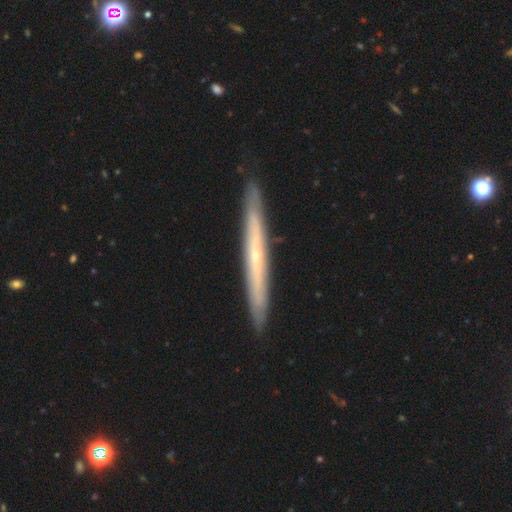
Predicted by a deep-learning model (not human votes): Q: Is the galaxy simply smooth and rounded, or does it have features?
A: featured or disk — 69%.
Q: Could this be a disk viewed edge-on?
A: yes — 93%.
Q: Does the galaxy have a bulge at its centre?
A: none — 55%.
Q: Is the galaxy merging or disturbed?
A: none — 90%.